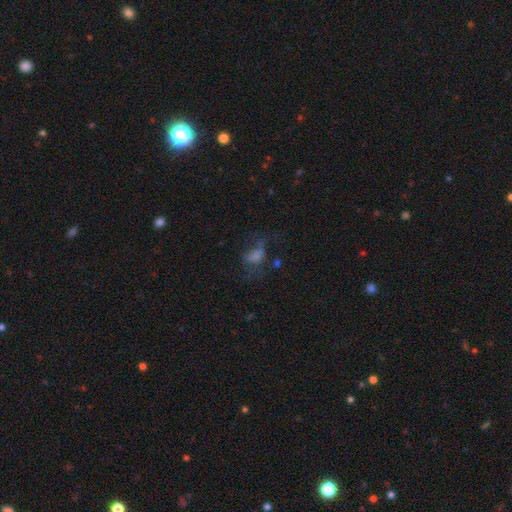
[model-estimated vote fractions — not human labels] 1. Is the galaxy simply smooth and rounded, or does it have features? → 44% smooth, 32% featured or disk, 25% star or artifact.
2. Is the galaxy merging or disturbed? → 39% none, 38% major disturbance, 19% minor disturbance, 4% merger.